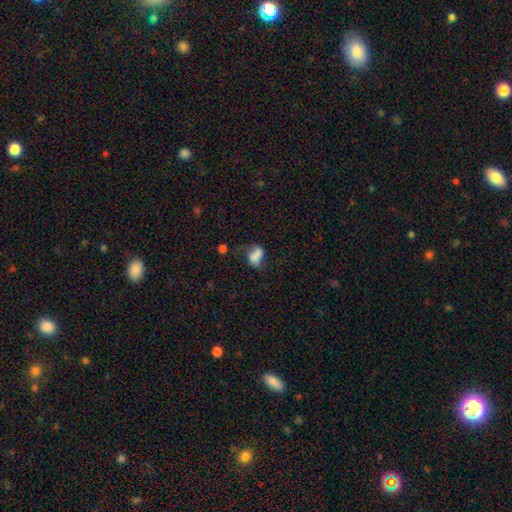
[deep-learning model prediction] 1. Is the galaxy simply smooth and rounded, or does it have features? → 65% smooth, 23% featured or disk, 12% star or artifact.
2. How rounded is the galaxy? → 80% in between, 17% round, 3% cigar-shaped.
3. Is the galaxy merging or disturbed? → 31% major disturbance, 29% none, 26% minor disturbance, 14% merger.